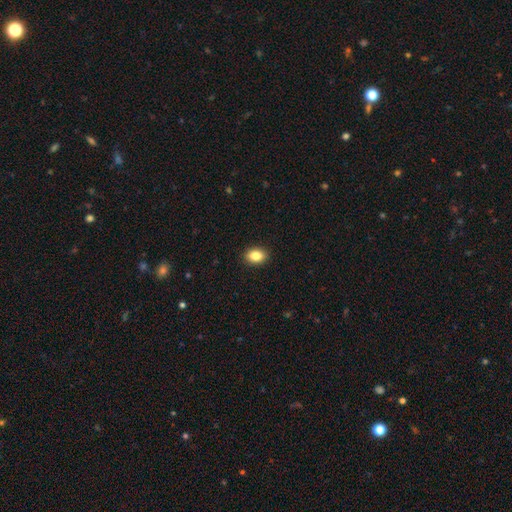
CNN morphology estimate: Smooth or featured: smooth — 86% (star or artifact — 8%)
How rounded: in between — 79% (round — 20%)
Merging: none — 91% (minor disturbance — 7%)